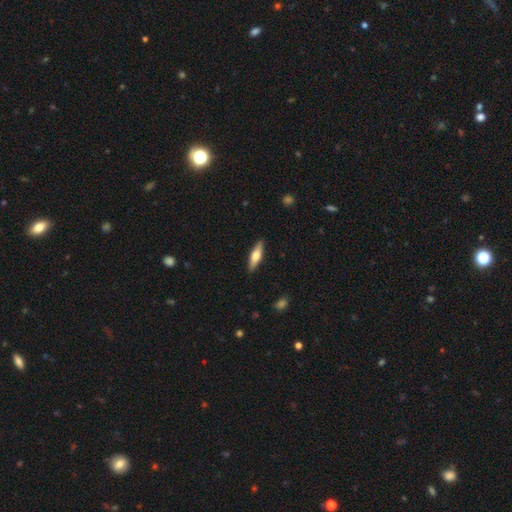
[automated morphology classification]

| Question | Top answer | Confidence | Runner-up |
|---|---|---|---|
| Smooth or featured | smooth | 53% | featured or disk (41%) |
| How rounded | cigar-shaped | 65% | in between (33%) |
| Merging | none | 89% | minor disturbance (8%) |